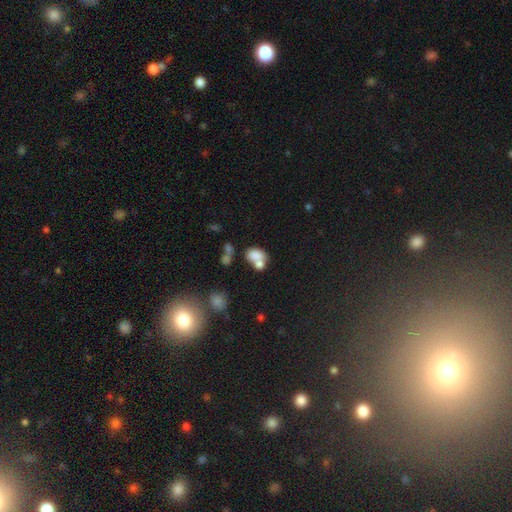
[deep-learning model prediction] Smooth or featured: smooth — 73% (featured or disk — 16%)
How rounded: in between — 68% (round — 30%)
Merging: merger — 57% (none — 27%)